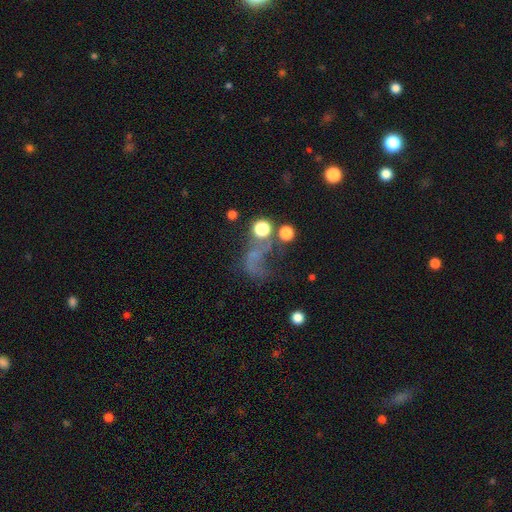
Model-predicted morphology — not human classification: This is marginally a smooth galaxy (36%). Merging: marginally major disturbance (43%).